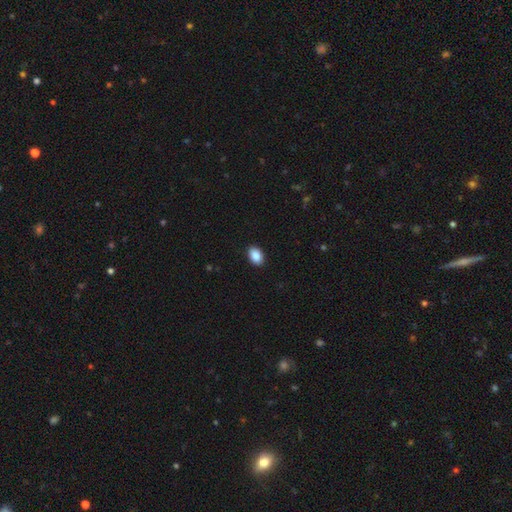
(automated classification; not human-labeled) This is clearly a smooth galaxy (89%). How rounded: clearly in between (86%). Merging: clearly none (90%).